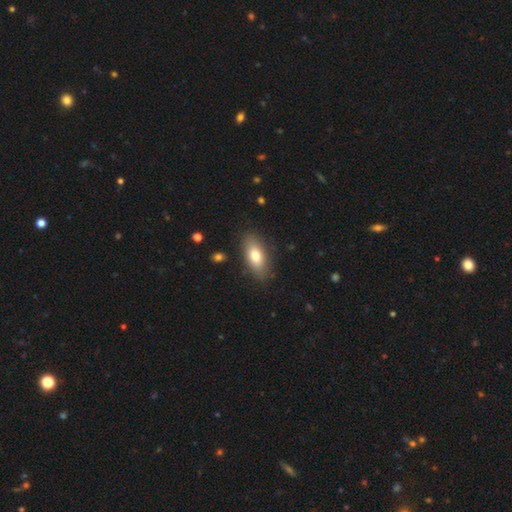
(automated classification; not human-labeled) A smooth galaxy with no disk features (74%) that is in between round and cigar-shaped (84%).

Vote fractions:
- Smooth or featured? smooth: 74% / featured or disk: 19% / star or artifact: 7%
- How rounded? in between: 84% / cigar-shaped: 11% / round: 4%
- Merging? none: 84% / minor disturbance: 12% / major disturbance: 3% / merger: 2%